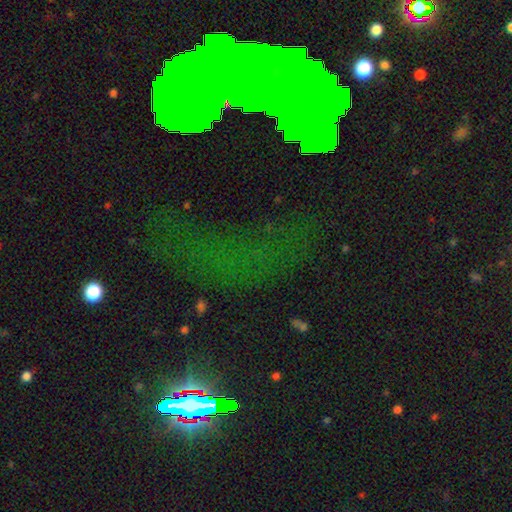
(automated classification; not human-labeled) The model was most divided on "smooth or featured": star or artifact: 53%, featured or disk: 28%, smooth: 19%.